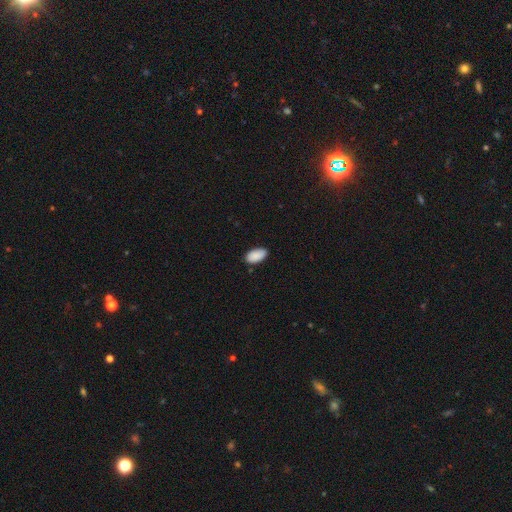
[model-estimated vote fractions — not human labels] Morphology: type=smooth (90%); roundness=in between (95%); merging=none (84%).